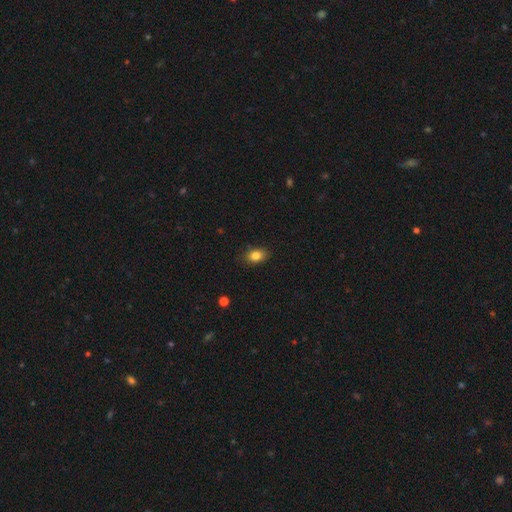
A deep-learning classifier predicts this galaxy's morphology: A smooth galaxy with no disk features (84%) that is in between round and cigar-shaped (76%). Merging: none (85%).